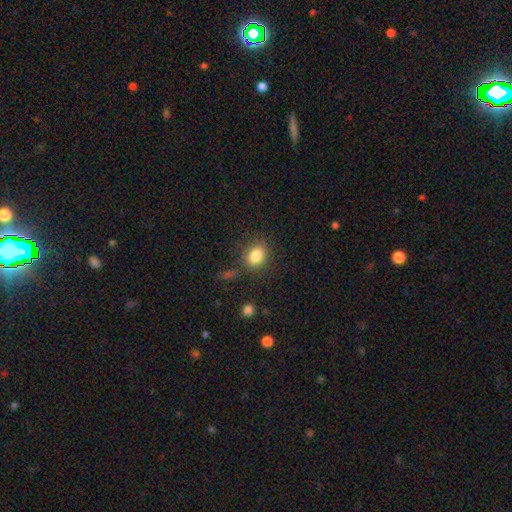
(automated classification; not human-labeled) This appears to be a smooth galaxy with no disk features (83%) that is in between round and cigar-shaped (59%). Merging: none (77%).